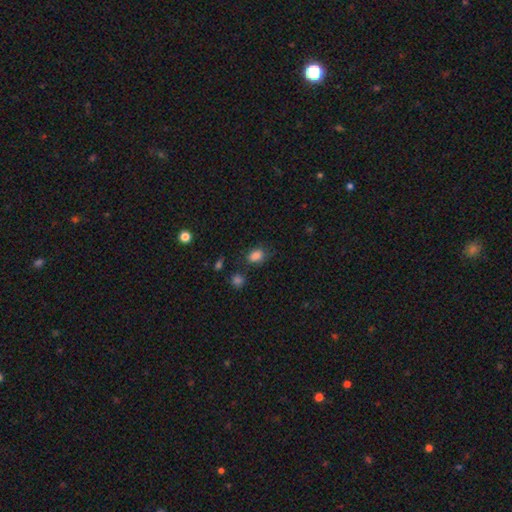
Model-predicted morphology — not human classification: type=smooth (83%); roundness=in between (74%); merging=none (67%).